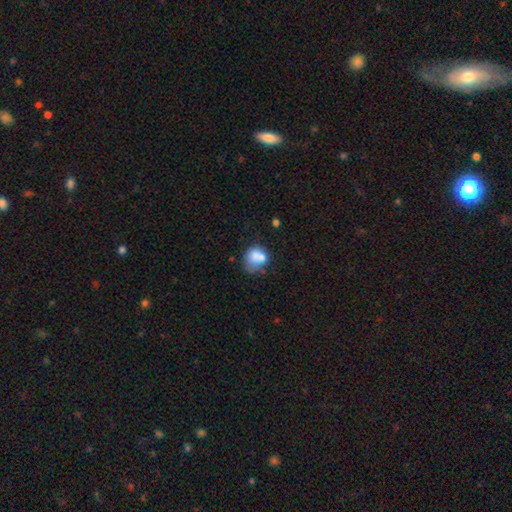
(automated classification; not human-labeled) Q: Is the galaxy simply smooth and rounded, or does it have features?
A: smooth — 72%.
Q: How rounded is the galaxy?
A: round — 66%.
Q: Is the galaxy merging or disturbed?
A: none — 39%.